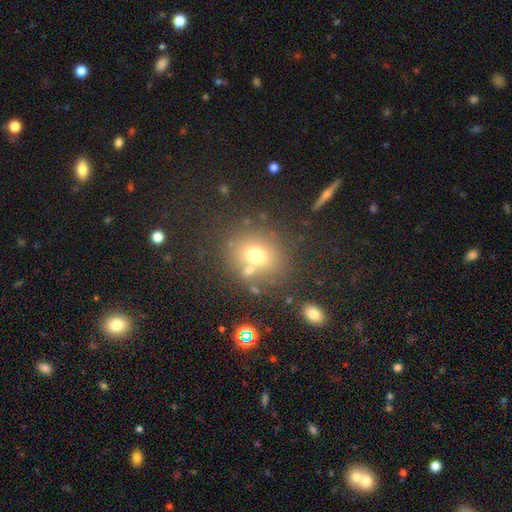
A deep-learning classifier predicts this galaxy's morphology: A smooth galaxy with no disk features (68%) that is round (69%).

Vote fractions:
- Smooth or featured? smooth: 68% / star or artifact: 17% / featured or disk: 15%
- How rounded? round: 69% / in between: 30% / cigar-shaped: 1%
- Merging? none: 66% / merger: 17% / minor disturbance: 11% / major disturbance: 6%